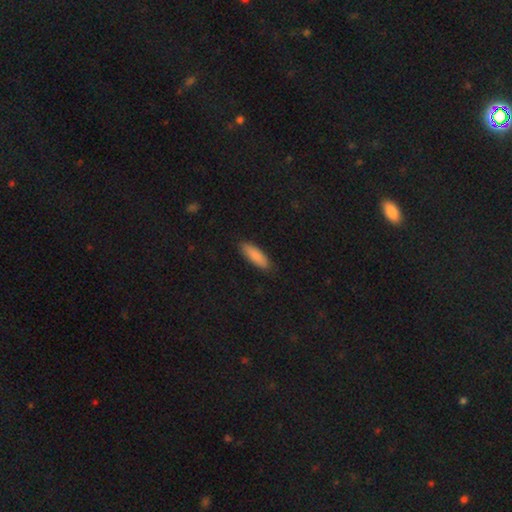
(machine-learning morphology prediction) Smooth or featured? Predicted: smooth (p=0.87). How rounded? Predicted: in between (p=0.57). Merging? Predicted: none (p=0.86).